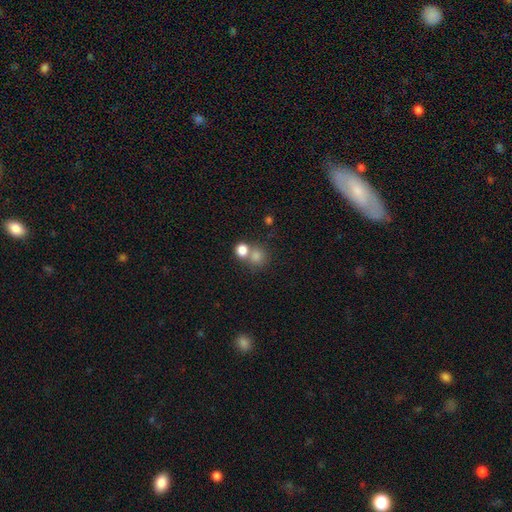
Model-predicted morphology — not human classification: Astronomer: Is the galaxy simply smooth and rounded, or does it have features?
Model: smooth — 78%.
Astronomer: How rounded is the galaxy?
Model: round — 81%.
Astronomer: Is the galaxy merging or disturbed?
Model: none — 49% (runner-up: merger, 39%).